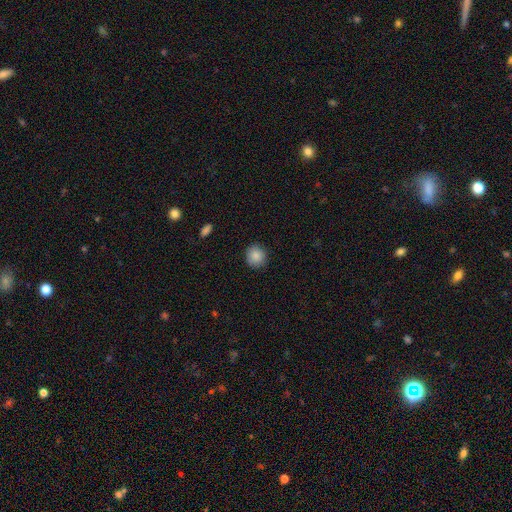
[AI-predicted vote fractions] Smooth or featured?
  - smooth: 87% *
  - star or artifact: 8%
  - featured or disk: 5%
How rounded?
  - round: 85% *
  - in between: 14%
  - cigar-shaped: 1%
Merging?
  - none: 88% *
  - minor disturbance: 9%
  - major disturbance: 2%
  - merger: 1%